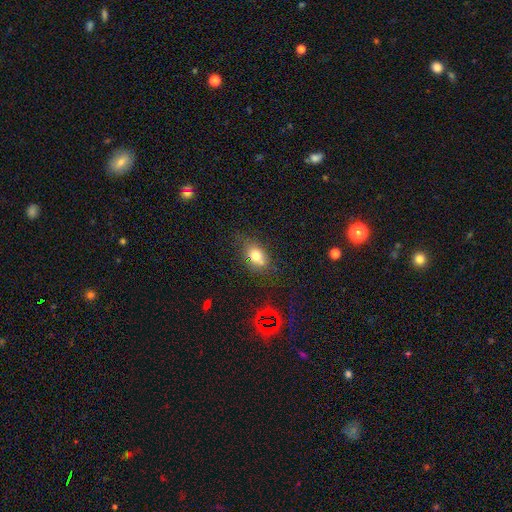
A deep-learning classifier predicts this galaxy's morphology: A smooth galaxy with no disk features (71%) that is in between round and cigar-shaped (64%). Merging: none (56%).